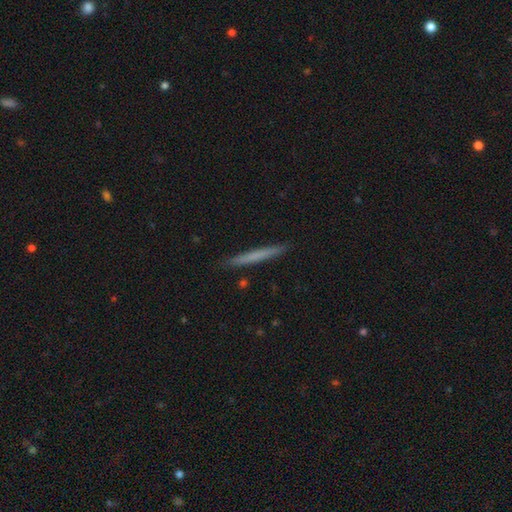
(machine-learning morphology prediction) A smooth galaxy with no disk features (62%) that is cigar-shaped (97%). Merging: none (91%).